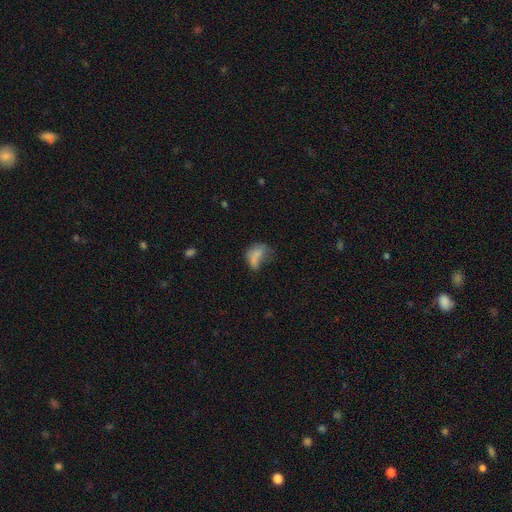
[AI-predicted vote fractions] Morphology: type=smooth (67%); roundness=in between (85%); merging=major disturbance (40%).